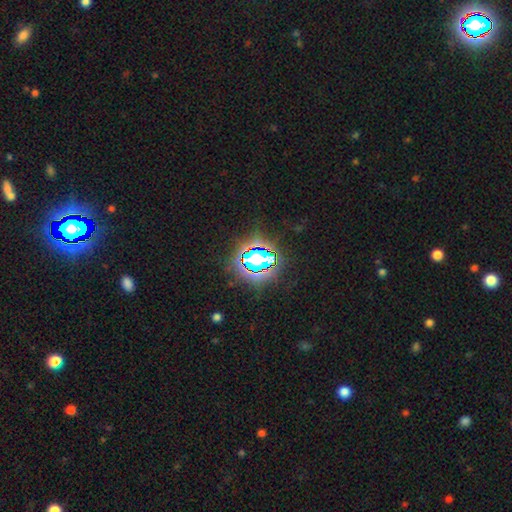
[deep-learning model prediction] Overall: star or artifact (70%).